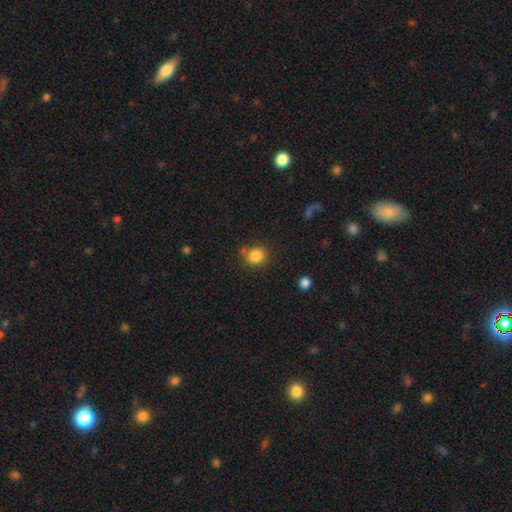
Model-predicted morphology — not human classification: Smooth or featured? smooth (85%)
How rounded? round (78%)
Merging? none (77%)